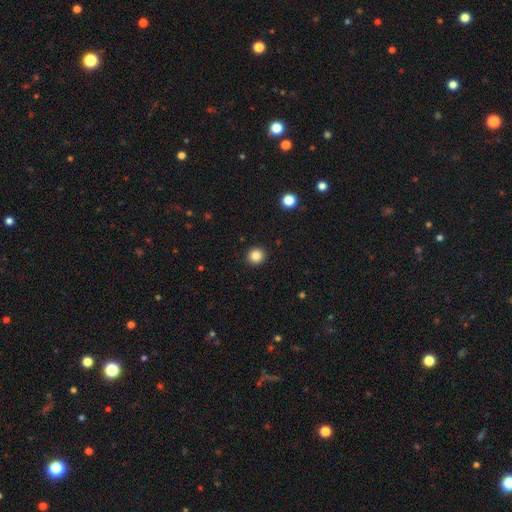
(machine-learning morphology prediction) A smooth galaxy with no disk features (85%) that is round (92%).

Vote fractions:
- Smooth or featured? smooth: 85% / star or artifact: 11% / featured or disk: 4%
- How rounded? round: 92% / in between: 7% / cigar-shaped: 1%
- Merging? none: 93% / minor disturbance: 5% / major disturbance: 2% / merger: 1%